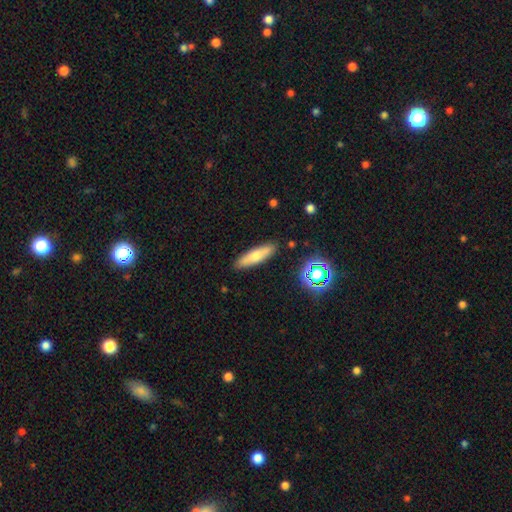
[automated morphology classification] smooth 66%, featured or disk 26%, star or artifact 8%. Down the decision tree: how rounded — cigar-shaped (69%); merging — none (88%).